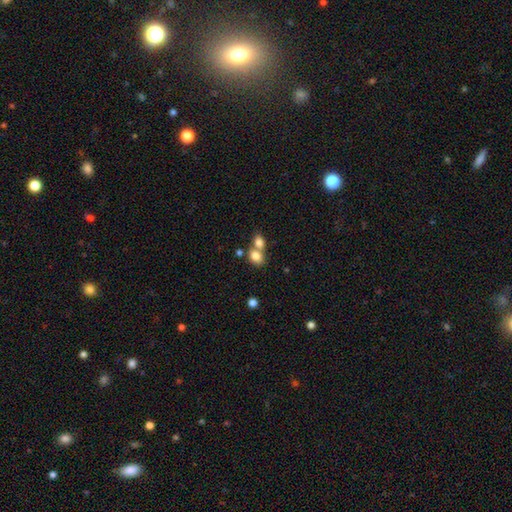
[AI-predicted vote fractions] A smooth galaxy with no disk features (80%) that is in between round and cigar-shaped (67%). Merging: merger (58%).